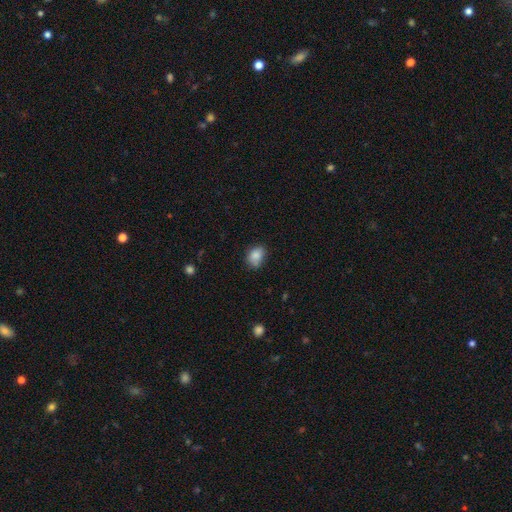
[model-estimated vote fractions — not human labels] Smooth or featured? smooth (85%)
How rounded? in between (69%)
Merging? none (66%)